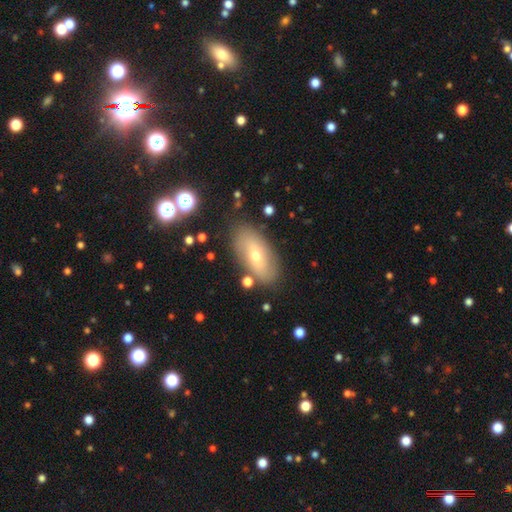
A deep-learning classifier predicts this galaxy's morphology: A smooth galaxy with no disk features (51%) that is in between round and cigar-shaped (87%). Merging: none (80%).